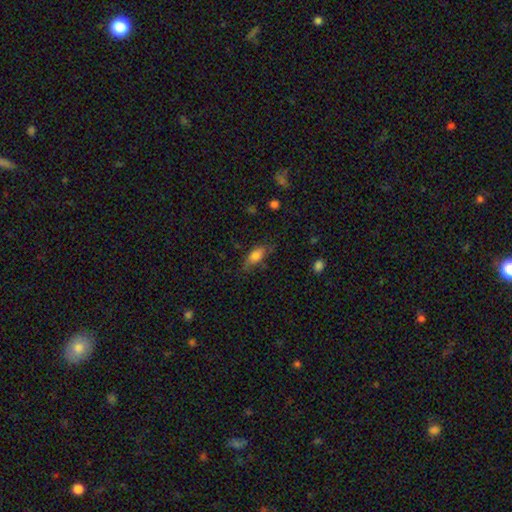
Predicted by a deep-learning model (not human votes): The model was most divided on "merging": none: 65%, minor disturbance: 26%, major disturbance: 8%, merger: 2%. More confident: how rounded — in between (77%); smooth or featured — smooth (73%).